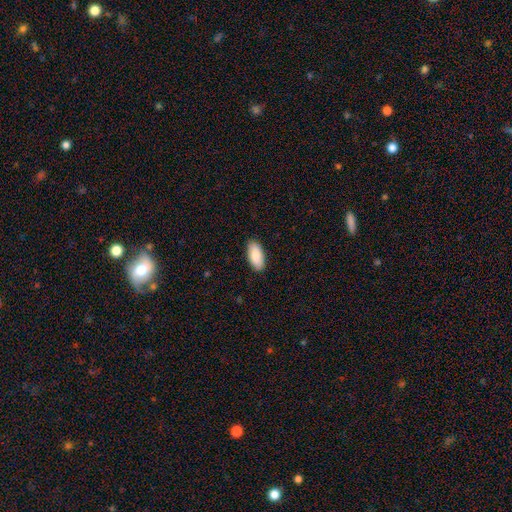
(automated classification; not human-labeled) Overall: smooth (87%). How rounded: in between (91%). Merging: none (89%).